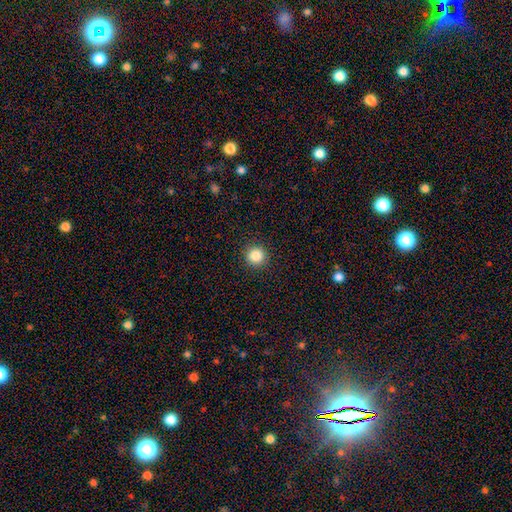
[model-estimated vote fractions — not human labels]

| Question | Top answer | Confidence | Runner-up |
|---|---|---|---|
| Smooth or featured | smooth | 85% | star or artifact (11%) |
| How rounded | round | 95% | in between (4%) |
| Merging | none | 92% | minor disturbance (5%) |